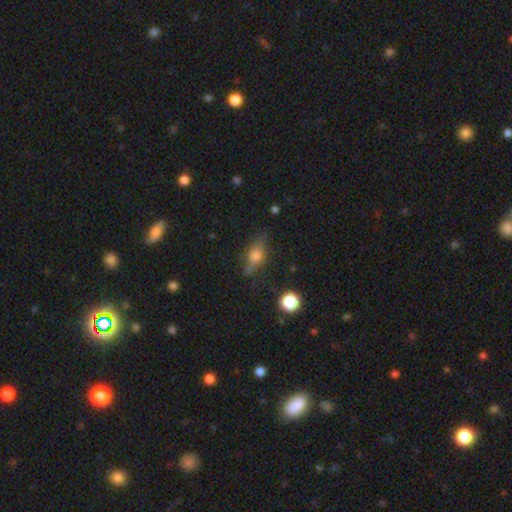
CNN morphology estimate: This is possibly a featured or disk galaxy (56%). It is clearly viewed edge-on (88%). Merging: likely none (75%).